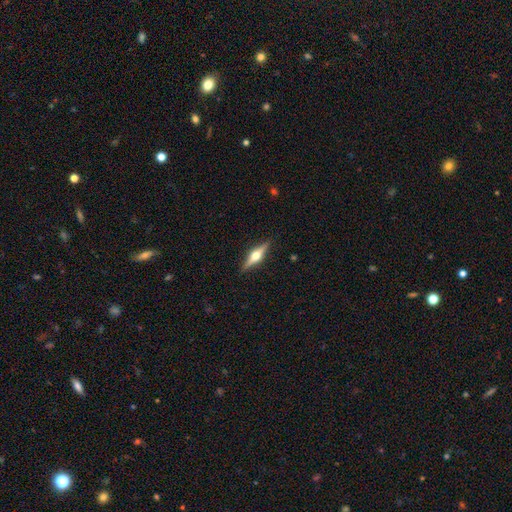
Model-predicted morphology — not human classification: Smooth or featured? Predicted: featured or disk (p=0.74). Edge-on disk? Predicted: yes (p=0.98). Edge-on bulge? Predicted: rounded (p=0.96). Merging? Predicted: none (p=0.90).